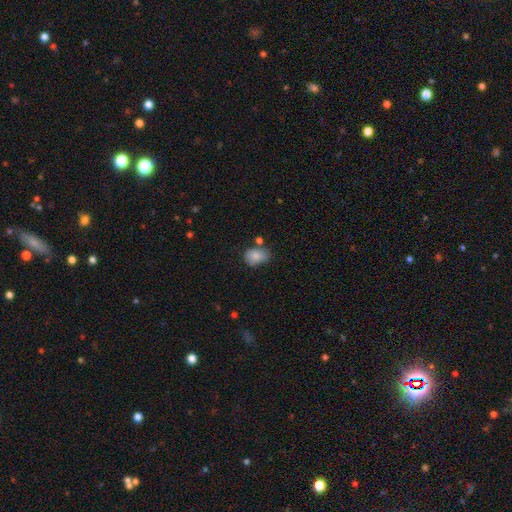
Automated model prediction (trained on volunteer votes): A smooth galaxy with no disk features (82%) that is in between round and cigar-shaped (76%). Merging: none (57%).